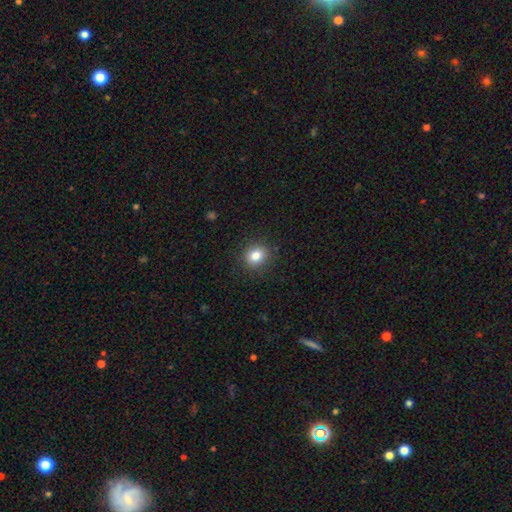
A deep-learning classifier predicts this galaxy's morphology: Smooth or featured? smooth (83%)
How rounded? round (74%)
Merging? none (89%)